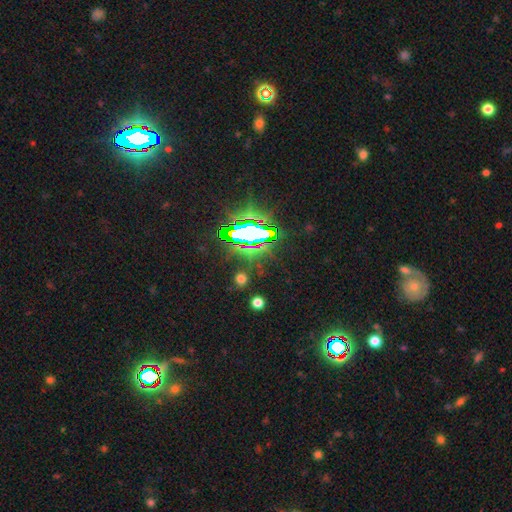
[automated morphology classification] This appears to be a star or artifact, not a galaxy (83%).